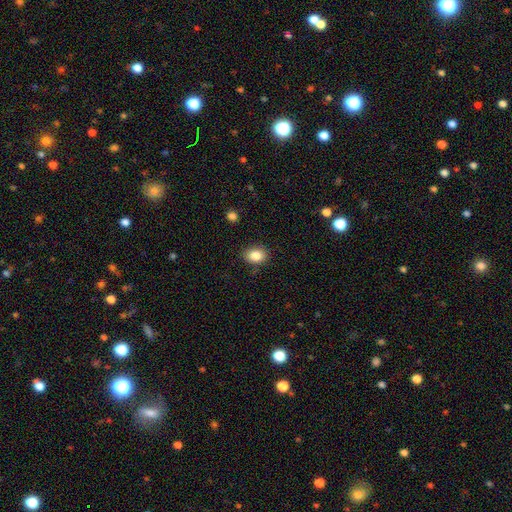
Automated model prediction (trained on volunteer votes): The model was most divided on "how rounded": in between: 66%, round: 33%, cigar-shaped: 1%. More confident: smooth or featured — smooth (85%); merging — none (84%).